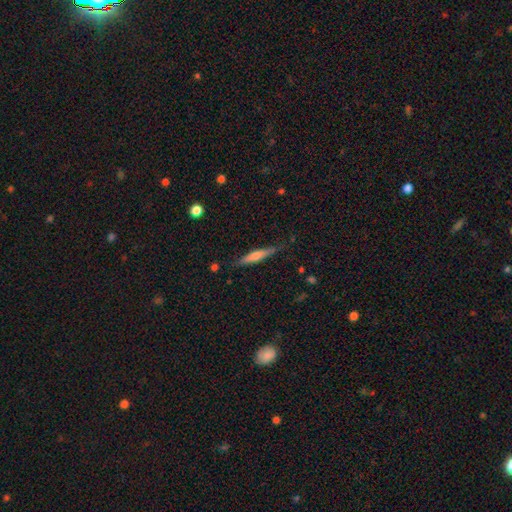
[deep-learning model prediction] Smooth or featured: featured or disk — 48% (smooth — 45%)
Merging: none — 82% (minor disturbance — 13%)